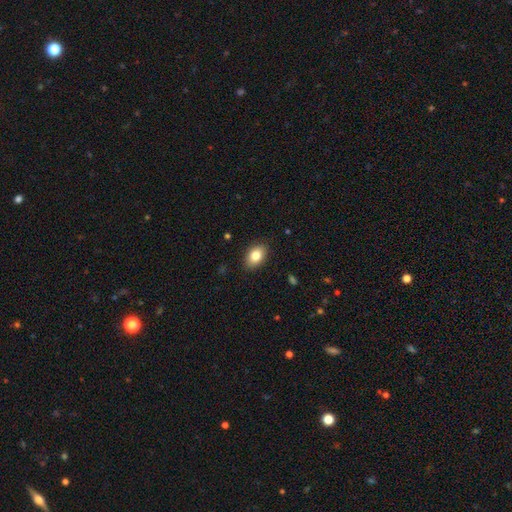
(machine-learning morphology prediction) A smooth galaxy with no disk features (83%) that is in between round and cigar-shaped (85%).

Vote fractions:
- Smooth or featured? smooth: 83% / featured or disk: 9% / star or artifact: 8%
- How rounded? in between: 85% / round: 13% / cigar-shaped: 1%
- Merging? none: 87% / minor disturbance: 9% / major disturbance: 2% / merger: 1%